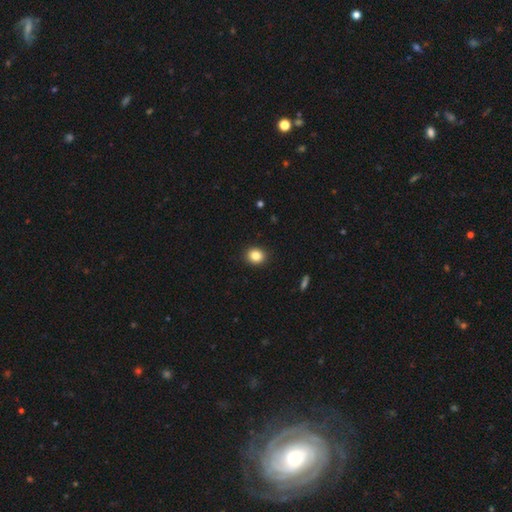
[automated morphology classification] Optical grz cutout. It shows a smooth galaxy with no disk features (84%) that is round (72%). Merging: none (92%).